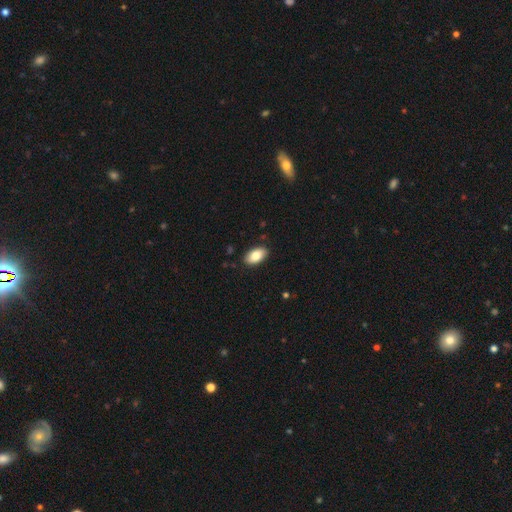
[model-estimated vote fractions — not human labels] A smooth galaxy with no disk features (82%) that is in between round and cigar-shaped (94%).

Vote fractions:
- Smooth or featured? smooth: 82% / featured or disk: 11% / star or artifact: 7%
- How rounded? in between: 94% / round: 4% / cigar-shaped: 2%
- Merging? none: 88% / minor disturbance: 9% / major disturbance: 2% / merger: 1%